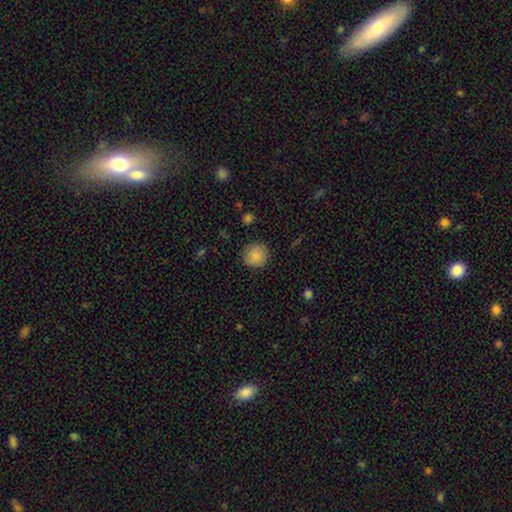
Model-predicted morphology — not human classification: The model was most divided on "smooth or featured": smooth: 87%, star or artifact: 8%, featured or disk: 4%. More confident: how rounded — round (93%); merging — none (89%).